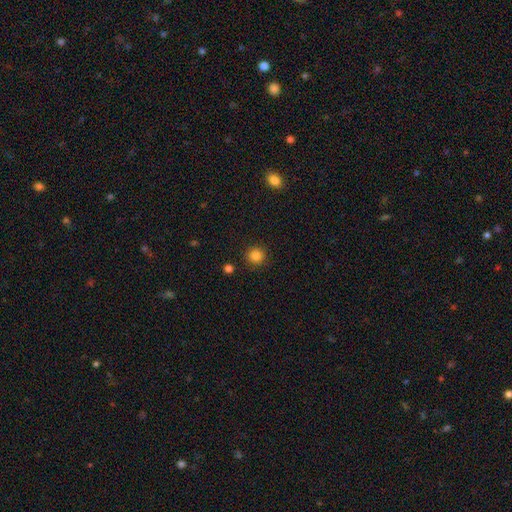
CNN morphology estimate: Smooth or featured: smooth — 84% (star or artifact — 12%)
How rounded: round — 93% (in between — 6%)
Merging: none — 90% (minor disturbance — 6%)